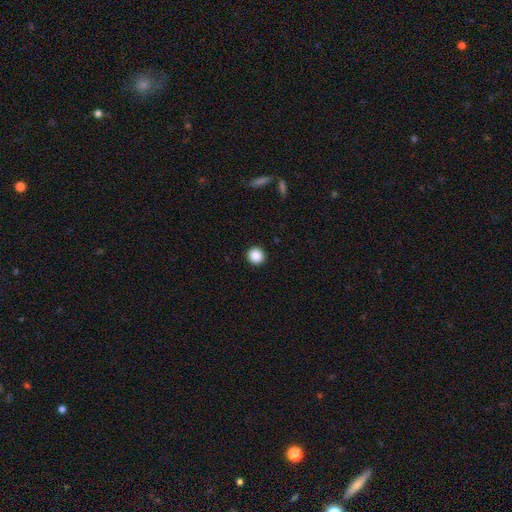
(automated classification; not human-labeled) smooth_or_featured: smooth (p=0.88) [alt: star or artifact p=0.09]
how_rounded: round (p=0.93) [alt: in between p=0.06]
merging: none (p=0.93) [alt: minor disturbance p=0.04]